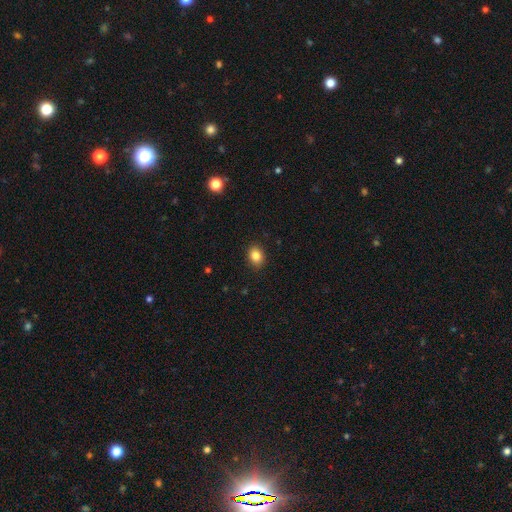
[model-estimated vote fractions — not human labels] This is clearly a smooth galaxy (85%). How rounded: possibly in between (53%). Merging: clearly none (89%).